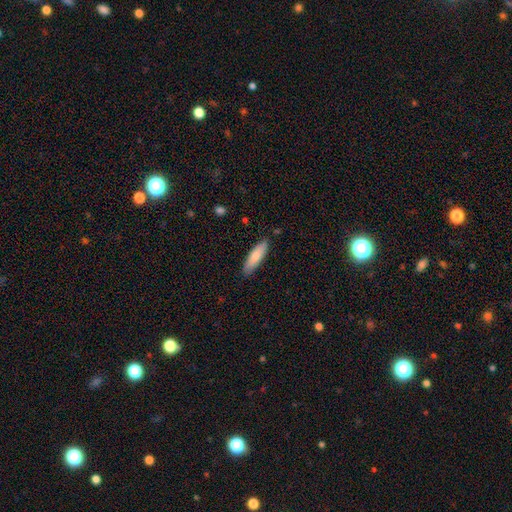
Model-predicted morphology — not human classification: Smooth or featured: smooth — 78% (featured or disk — 16%)
How rounded: cigar-shaped — 56% (in between — 43%)
Merging: none — 86% (minor disturbance — 11%)